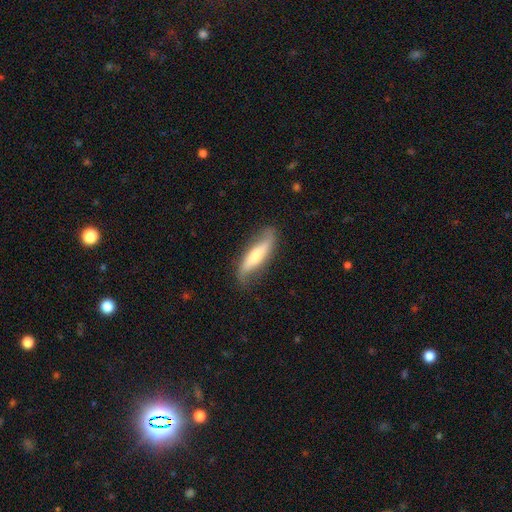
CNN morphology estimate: Smooth or featured? Predicted: featured or disk (p=0.63). Edge-on disk? Predicted: no (p=0.56). Merging? Predicted: none (p=0.76).